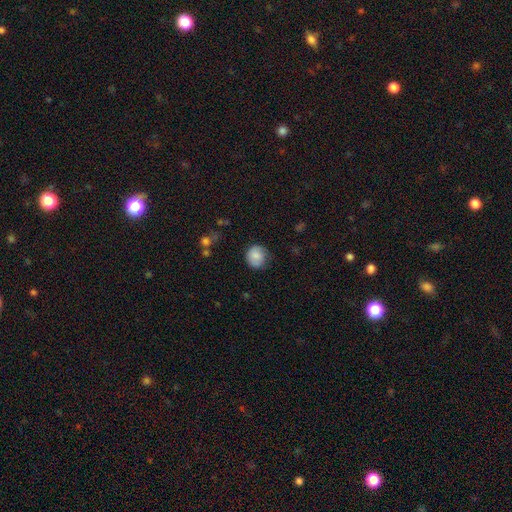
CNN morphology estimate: This is clearly a smooth galaxy (82%). How rounded: clearly round (83%). Merging: likely none (73%).